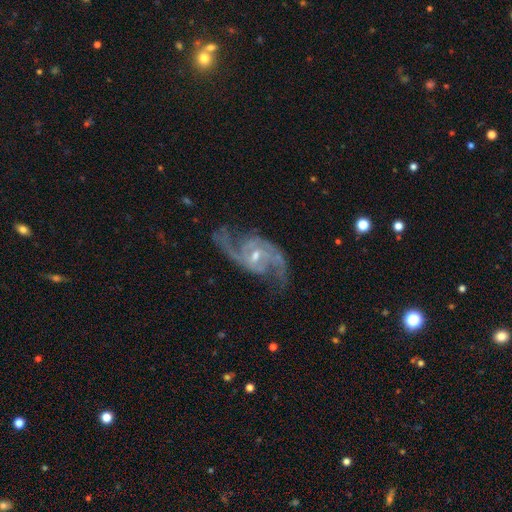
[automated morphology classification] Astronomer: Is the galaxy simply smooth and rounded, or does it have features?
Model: featured or disk — 91%.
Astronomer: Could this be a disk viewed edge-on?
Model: no — 97%.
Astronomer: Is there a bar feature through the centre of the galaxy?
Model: weak — 50% (runner-up: no, 35%).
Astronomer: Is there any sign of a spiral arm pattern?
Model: yes — 98%.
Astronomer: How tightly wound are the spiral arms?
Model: medium — 48% (runner-up: loose, 38%).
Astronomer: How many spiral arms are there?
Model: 2 — 82%.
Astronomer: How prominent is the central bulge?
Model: small — 54% (runner-up: moderate, 42%).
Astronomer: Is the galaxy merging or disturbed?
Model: none — 72%.